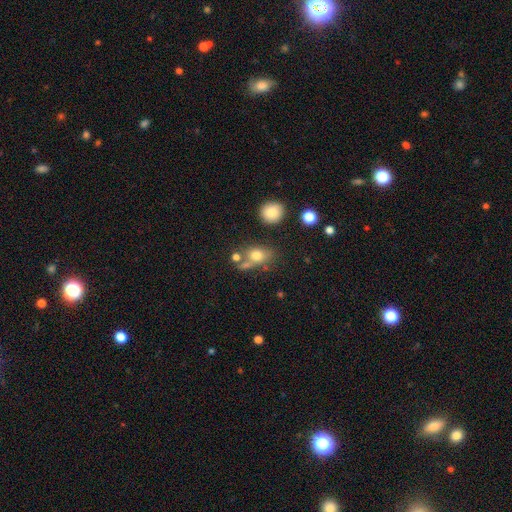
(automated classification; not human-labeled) Smooth or featured? smooth (74%)
How rounded? in between (60%)
Merging? none (49%)